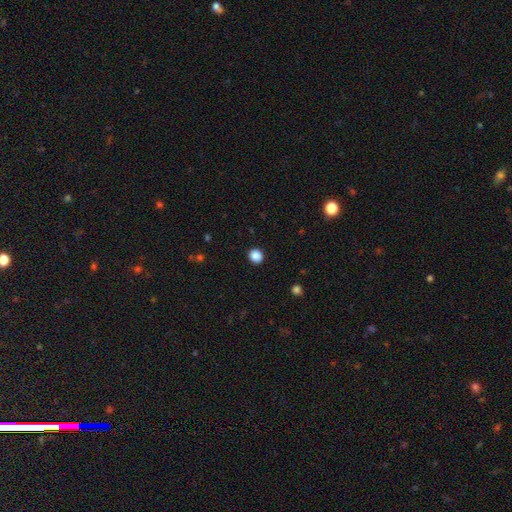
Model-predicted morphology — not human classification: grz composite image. It shows a smooth galaxy with no disk features (87%) that is round (85%). Merging: none (92%).